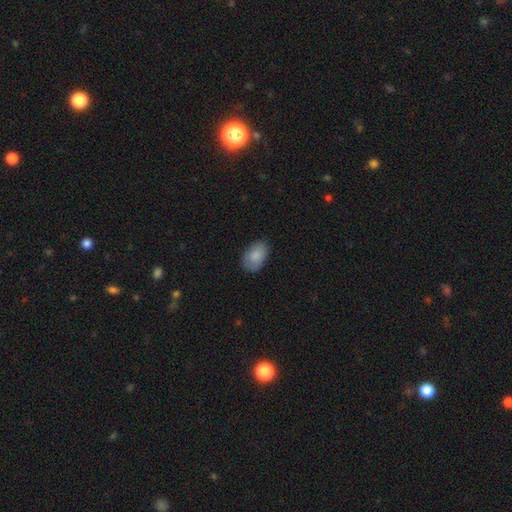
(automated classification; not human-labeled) The model was most divided on "merging": none: 81%, minor disturbance: 15%, major disturbance: 3%, merger: 1%. More confident: how rounded — in between (91%); smooth or featured — smooth (86%).